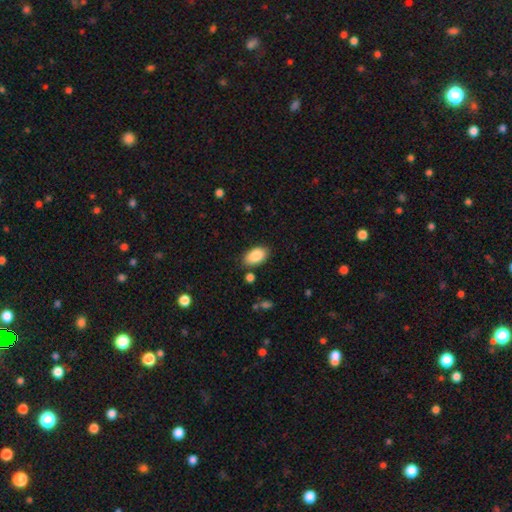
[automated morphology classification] smooth 88%, star or artifact 7%, featured or disk 5%. Down the decision tree: how rounded — in between (94%); merging — none (82%).